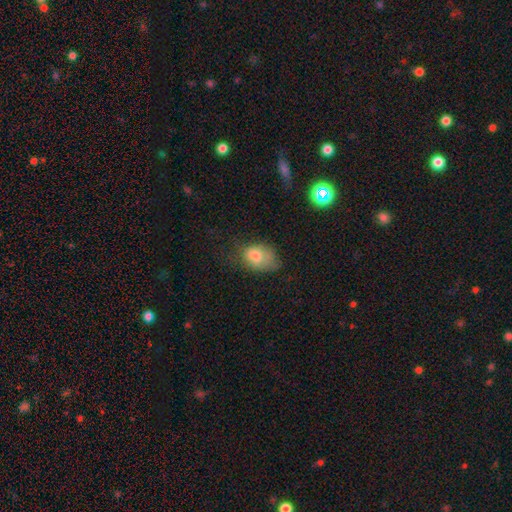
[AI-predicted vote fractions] The model was most divided on "merging": none: 39%, minor disturbance: 35%, major disturbance: 23%, merger: 3%. More confident: how rounded — in between (76%); smooth or featured — smooth (73%).